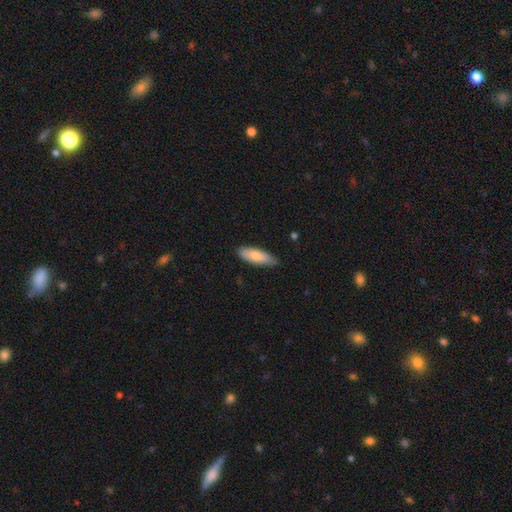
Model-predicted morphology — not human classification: Smooth or featured?
  - smooth: 78% *
  - featured or disk: 17%
  - star or artifact: 5%
How rounded?
  - in between: 56% *
  - cigar-shaped: 42%
  - round: 2%
Merging?
  - none: 80% *
  - minor disturbance: 17%
  - major disturbance: 2%
  - merger: 1%